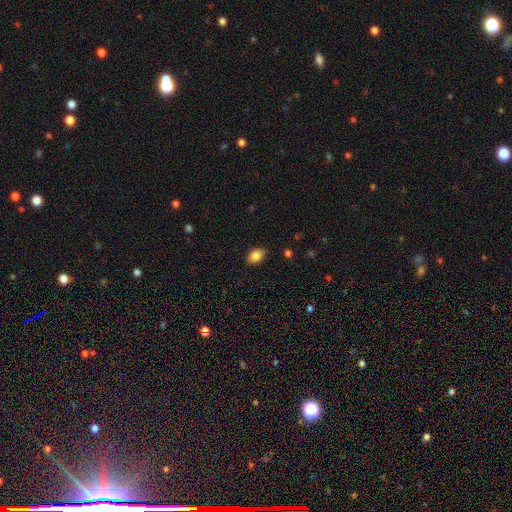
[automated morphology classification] Smooth or featured? Predicted: smooth (p=0.86). How rounded? Predicted: in between (p=0.83). Merging? Predicted: none (p=0.85).